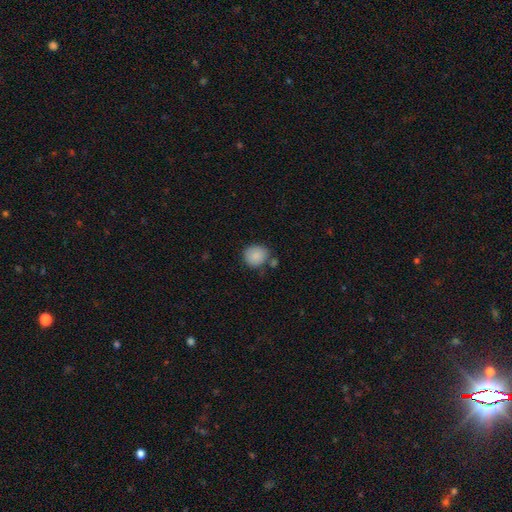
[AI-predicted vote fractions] Smooth or featured? Predicted: smooth (p=0.86). How rounded? Predicted: round (p=0.84). Merging? Predicted: none (p=0.69).